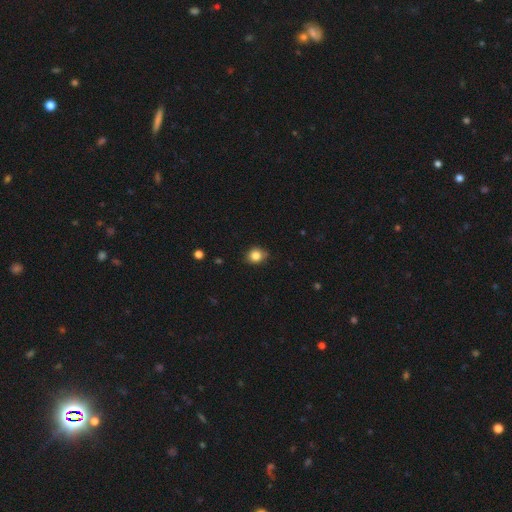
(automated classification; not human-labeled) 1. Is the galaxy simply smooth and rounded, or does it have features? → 84% smooth, 10% star or artifact, 6% featured or disk.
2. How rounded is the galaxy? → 72% round, 27% in between, 1% cigar-shaped.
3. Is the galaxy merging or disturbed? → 79% none, 17% minor disturbance, 3% major disturbance, 1% merger.